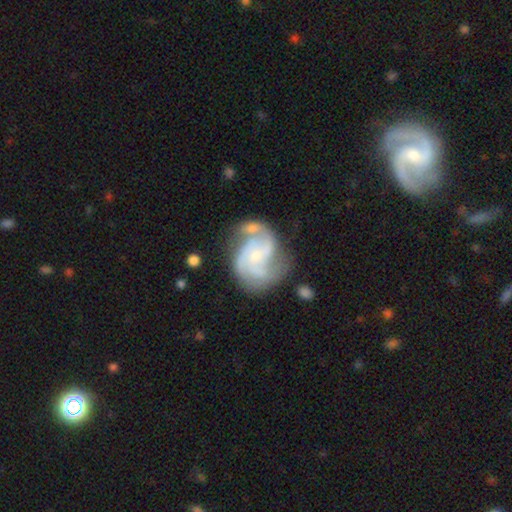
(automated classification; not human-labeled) This is clearly a featured or disk galaxy (87%). It is clearly not viewed edge-on (98%). Bar: likely no (65%). Spiral arm pattern: clearly yes (97%). Spiral arm count: possibly 3 (47%). Spiral winding: possibly medium (51%). Central bulge: likely small (70%). Merging: possibly none (58%).